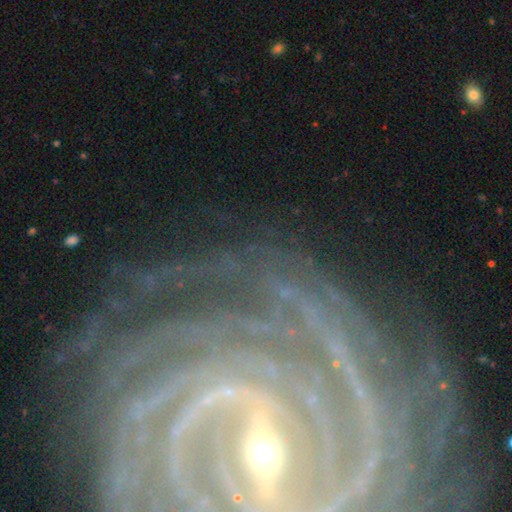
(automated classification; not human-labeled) This appears to be a featured or disk galaxy (90%) with a strong bar (65%), more than 4 (24%) tight (77%) spiral arms (98%) and a small central bulge (69%). Merging: none (77%).